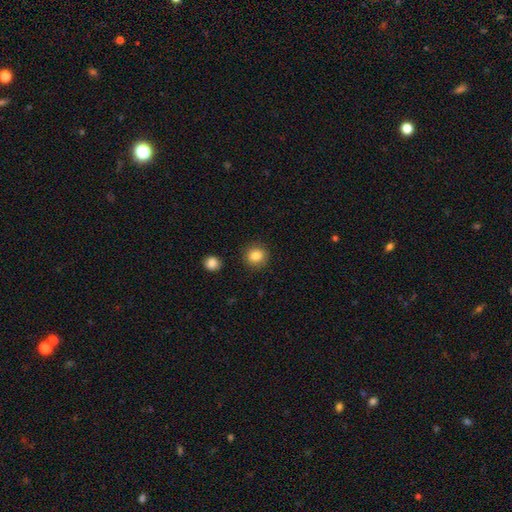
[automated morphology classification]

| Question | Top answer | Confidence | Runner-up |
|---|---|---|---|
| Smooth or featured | smooth | 85% | star or artifact (10%) |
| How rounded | round | 88% | in between (11%) |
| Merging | none | 89% | minor disturbance (7%) |